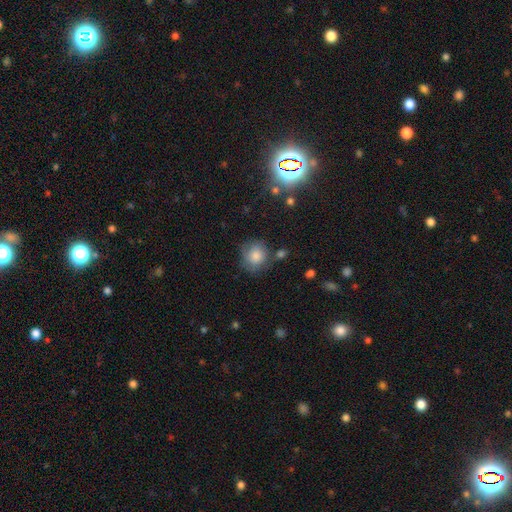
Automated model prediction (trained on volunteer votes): Morphology: type=smooth (80%); roundness=round (84%); merging=none (66%).